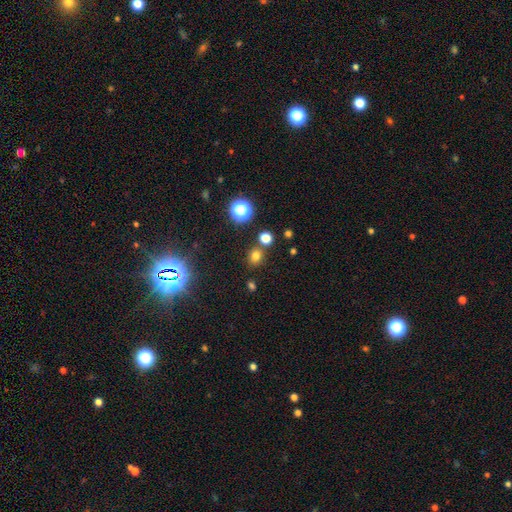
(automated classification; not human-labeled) The model was most divided on "how rounded": round: 74%, in between: 25%, cigar-shaped: 1%. More confident: merging — none (78%); smooth or featured — smooth (72%).